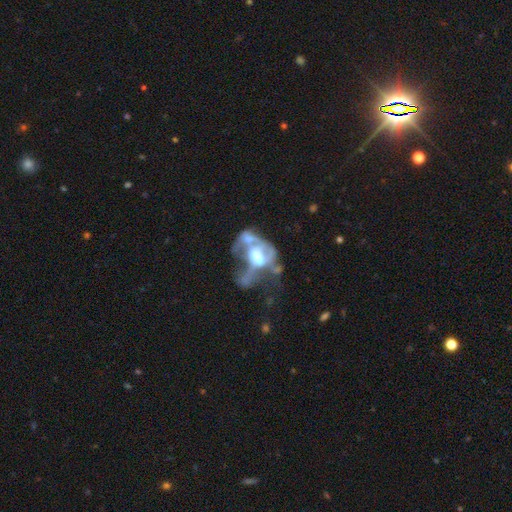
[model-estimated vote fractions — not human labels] Overall: featured or disk (65%). Edge-on disk: no (94%). Bar: no (66%). Spiral arms: no (75%). Bulge size: moderate (51%; large 30%). Merging: merger (44%; major disturbance 38%).